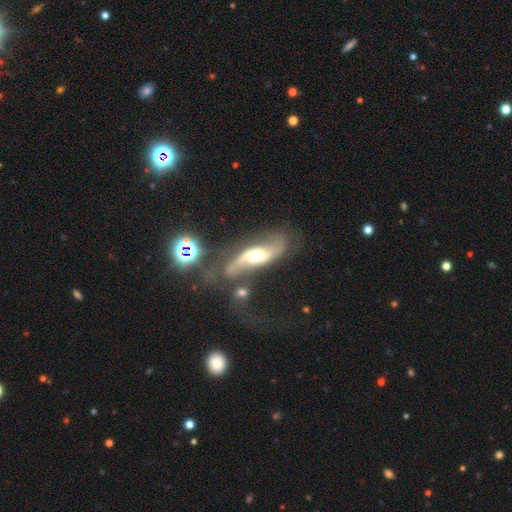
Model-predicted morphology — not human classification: type=featured or disk (78%); edge-on=no (87%); bar=no (44%); spiral arms=yes (91%); winding=loose (74%); arm count=2 (90%); bulge=moderate (63%); merging=none (45%).